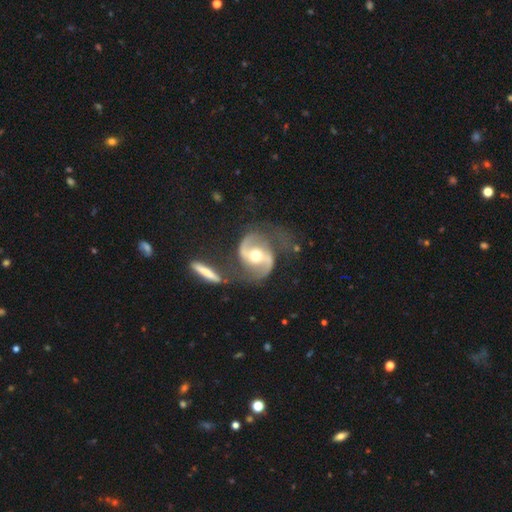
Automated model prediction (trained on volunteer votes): This appears to be a featured or disk galaxy (91%) with a weak bar (36%), 2 (93%) medium (51%) spiral arms (97%) and a moderate central bulge (73%). Merging: none (58%).